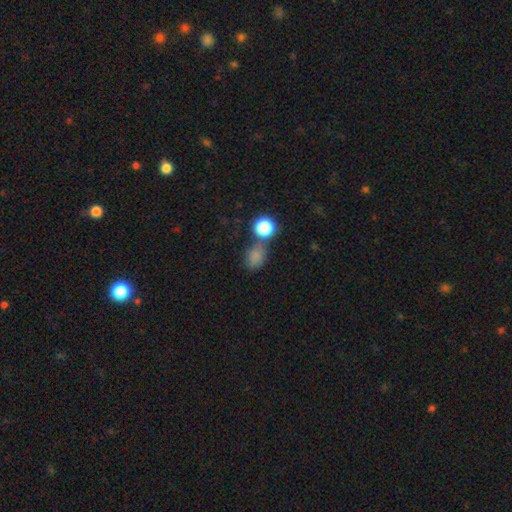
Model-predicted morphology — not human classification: smooth 77%, star or artifact 16%, featured or disk 7%. Down the decision tree: how rounded — in between (51%); merging — none (51%).